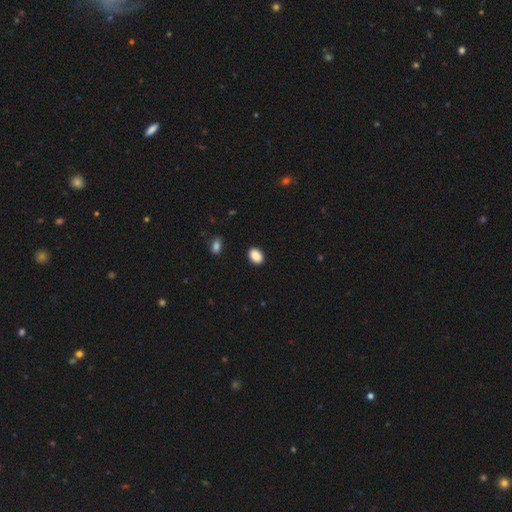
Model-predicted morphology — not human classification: Smooth or featured? Predicted: smooth (p=0.90). How rounded? Predicted: in between (p=0.79). Merging? Predicted: none (p=0.89).